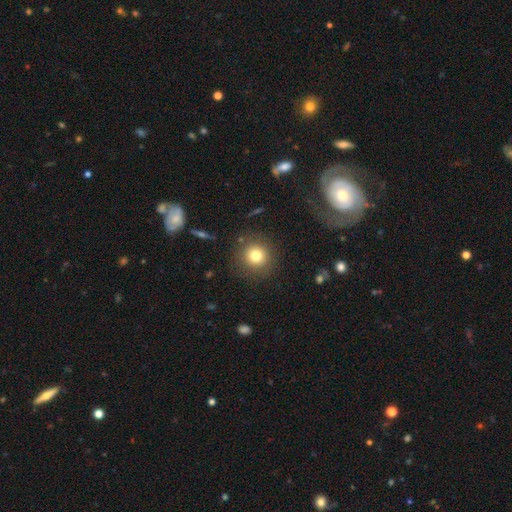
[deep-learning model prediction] smooth_or_featured: smooth (p=0.78) [alt: star or artifact p=0.12]
how_rounded: round (p=0.93) [alt: in between p=0.06]
merging: none (p=0.87) [alt: minor disturbance p=0.08]